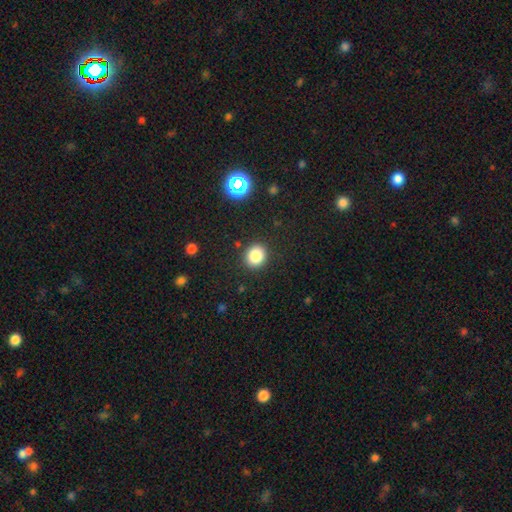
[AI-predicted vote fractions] Q: Smooth or featured?
A: smooth (83%); runner-up: star or artifact (12%)
Q: How rounded?
A: round (79%); runner-up: in between (20%)
Q: Merging?
A: none (89%); runner-up: minor disturbance (7%)